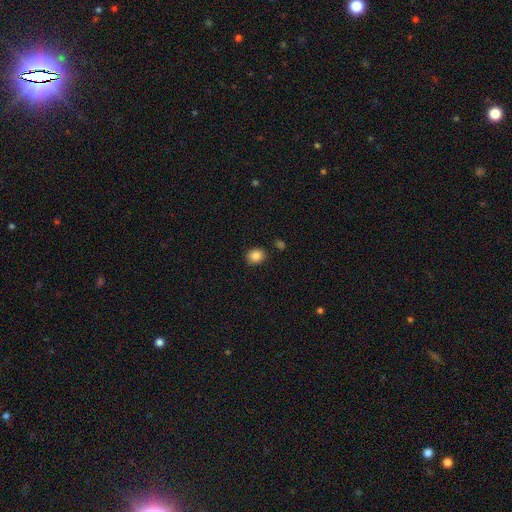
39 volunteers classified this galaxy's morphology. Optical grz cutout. It shows a smooth galaxy with no disk features (85%) that is round (61%). Merging: none (91%).